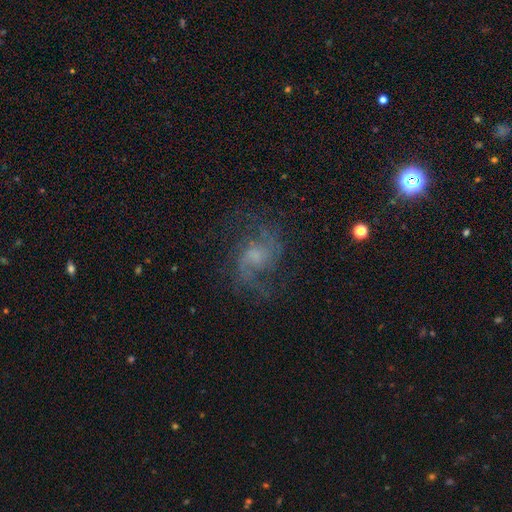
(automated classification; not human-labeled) smooth_or_featured: featured or disk (p=0.80) [alt: star or artifact p=0.10]
disk_edge_on: no (p=0.98) [alt: yes p=0.02]
bar: no (p=0.55) [alt: weak p=0.39]
has_spiral_arms: yes (p=0.95) [alt: no p=0.05]
spiral_winding: medium (p=0.46) [alt: loose p=0.43]
spiral_arm_count: 2 (p=0.83) [alt: can't tell p=0.07]
bulge_size: small (p=0.38) [alt: moderate p=0.29]
merging: none (p=0.68) [alt: minor disturbance p=0.16]